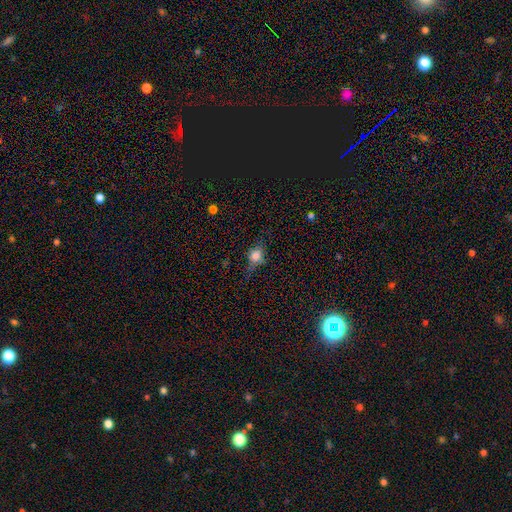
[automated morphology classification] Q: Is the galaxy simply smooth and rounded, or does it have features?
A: smooth — 70%.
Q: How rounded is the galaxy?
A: round — 53%.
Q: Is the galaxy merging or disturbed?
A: none — 65%.